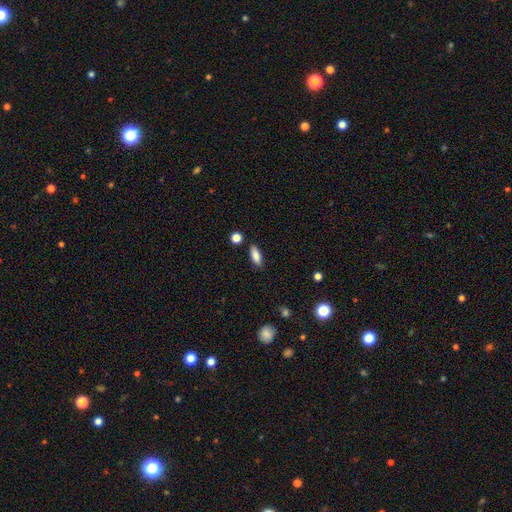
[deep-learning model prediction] Smooth or featured: smooth — 84% (featured or disk — 8%)
How rounded: in between — 72% (cigar-shaped — 25%)
Merging: none — 84% (minor disturbance — 11%)